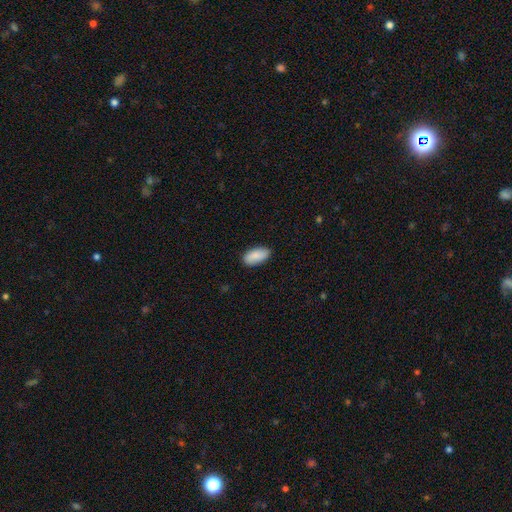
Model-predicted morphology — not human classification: This is clearly a smooth galaxy (87%). How rounded: clearly in between (93%). Merging: clearly none (86%).